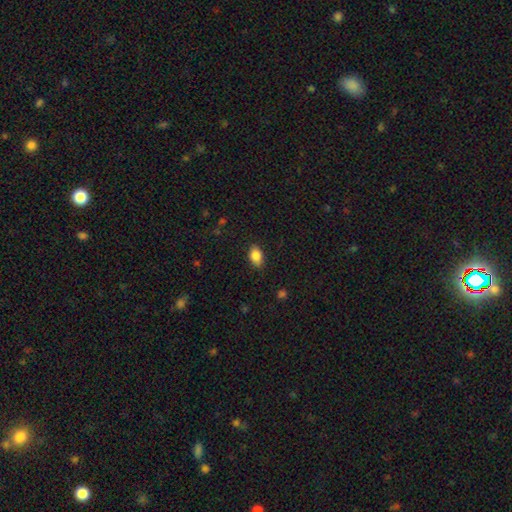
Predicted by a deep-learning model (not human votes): Smooth or featured?
  - smooth: 86% *
  - star or artifact: 8%
  - featured or disk: 6%
How rounded?
  - in between: 85% *
  - round: 13%
  - cigar-shaped: 2%
Merging?
  - none: 84% *
  - minor disturbance: 12%
  - major disturbance: 3%
  - merger: 1%